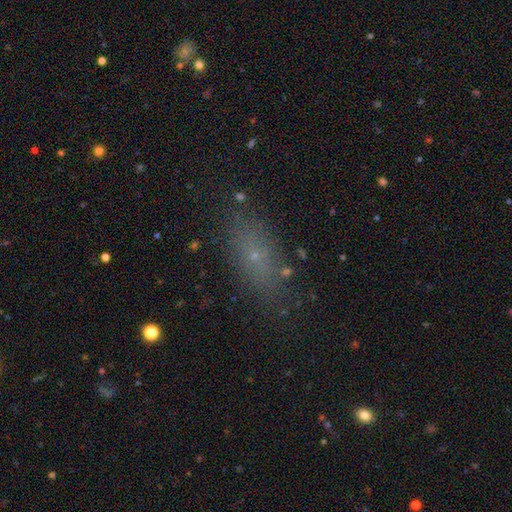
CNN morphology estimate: The model was most divided on "smooth or featured": smooth: 62%, star or artifact: 22%, featured or disk: 17%. More confident: merging — none (80%); how rounded — in between (70%).